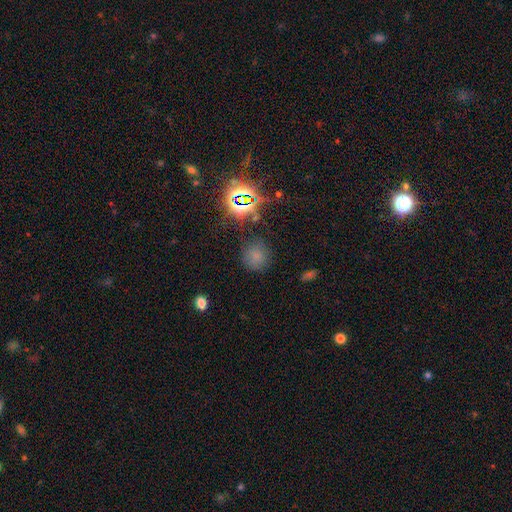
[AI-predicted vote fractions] This is likely a smooth galaxy (64%). How rounded: clearly round (85%). Merging: likely none (77%).